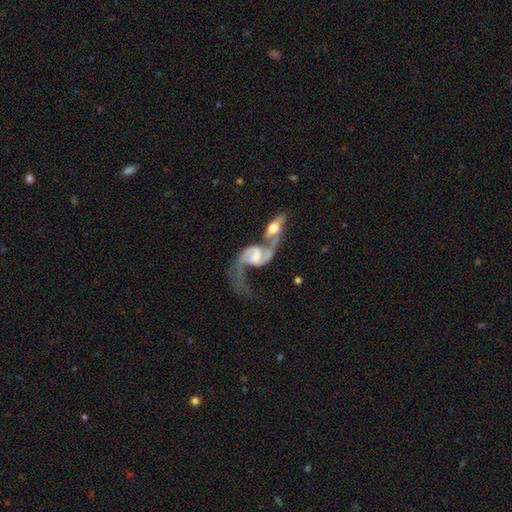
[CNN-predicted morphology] This is clearly a featured or disk galaxy (86%). It is clearly not viewed edge-on (95%). Bar: marginally weak (42%). Spiral arm pattern: clearly yes (95%). Spiral arm count: clearly 2 (88%). Spiral winding: likely loose (72%). Central bulge: marginally moderate (30%). Merging: likely merger (62%).